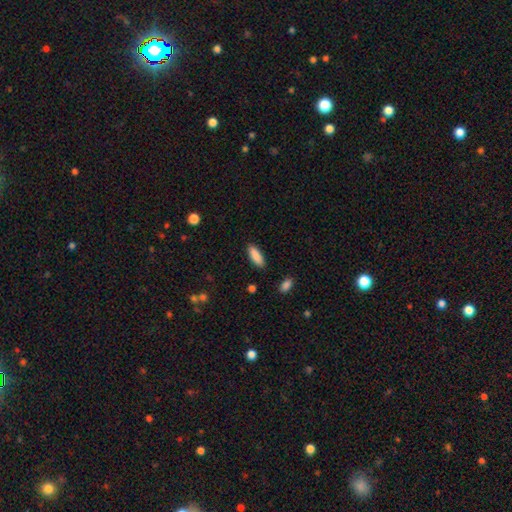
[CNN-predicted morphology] smooth 89%, star or artifact 6%, featured or disk 5%. Down the decision tree: how rounded — in between (63%); merging — none (88%).